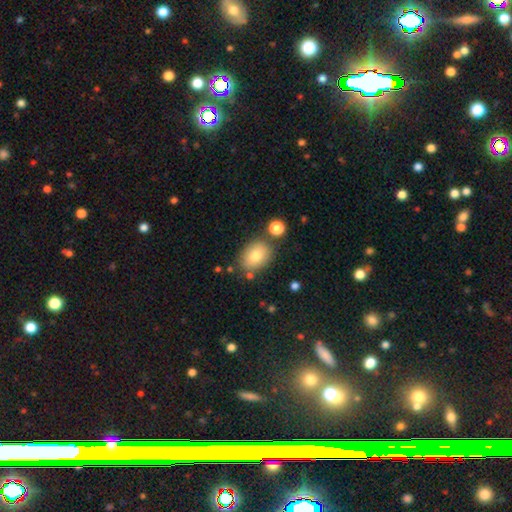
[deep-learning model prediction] This appears to be a smooth galaxy with no disk features (77%) that is in between round and cigar-shaped (73%). Merging: none (75%).